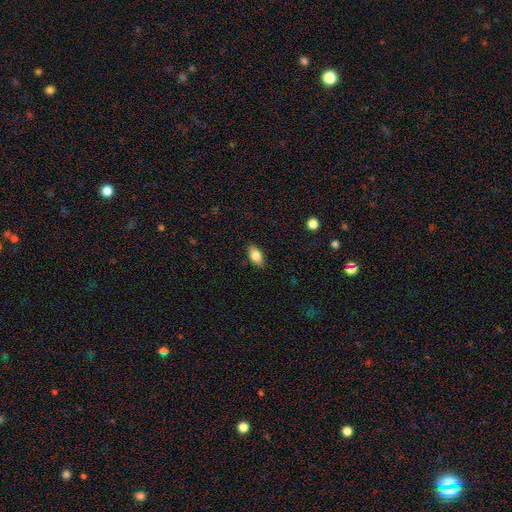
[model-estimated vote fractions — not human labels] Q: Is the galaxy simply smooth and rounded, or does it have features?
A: smooth — 82%.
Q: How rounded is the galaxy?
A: in between — 89%.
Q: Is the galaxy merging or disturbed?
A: none — 87%.